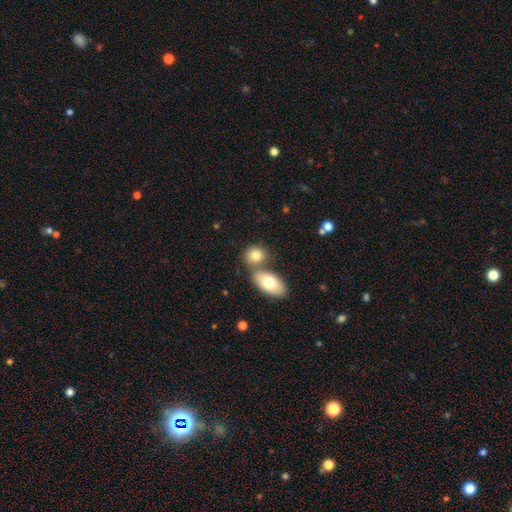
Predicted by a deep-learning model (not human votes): The model was most divided on "merging": none: 48%, merger: 39%, minor disturbance: 9%, major disturbance: 3%. More confident: smooth or featured — smooth (81%); how rounded — in between (57%).